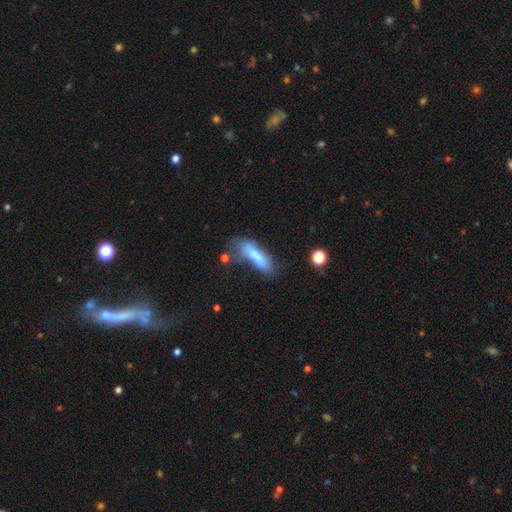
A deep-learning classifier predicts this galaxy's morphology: Smooth or featured: smooth — 65% (featured or disk — 26%)
How rounded: cigar-shaped — 53% (in between — 44%)
Merging: none — 30% (major disturbance — 26%)